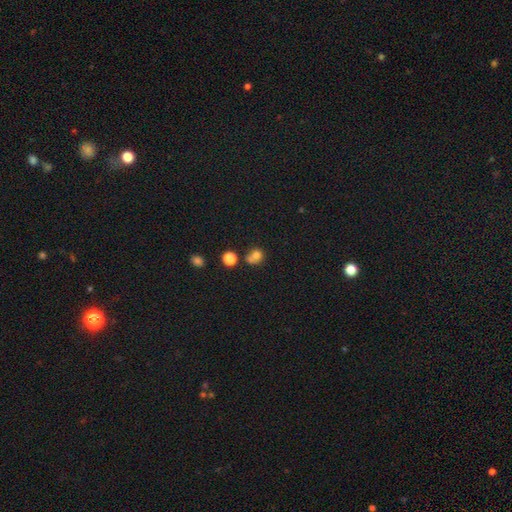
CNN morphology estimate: This appears to be a smooth galaxy with no disk features (76%) that is round (76%). Merging: none (41%).